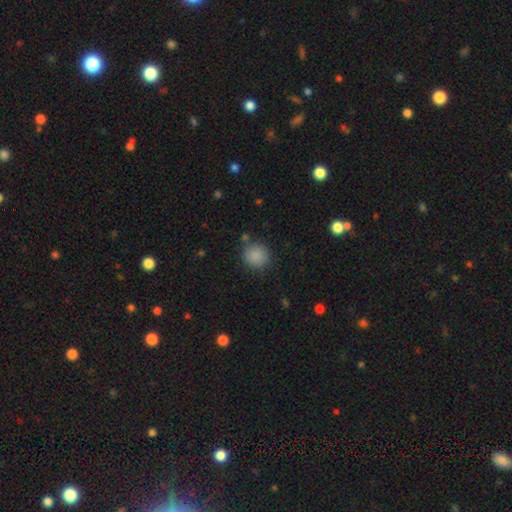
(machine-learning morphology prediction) This appears to be a smooth galaxy with no disk features (87%) that is round (88%). Merging: none (82%).